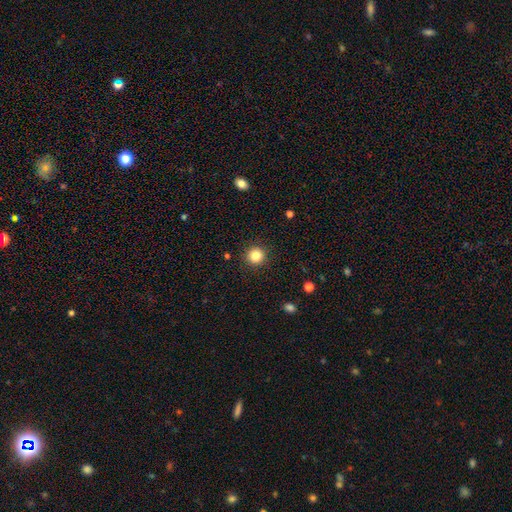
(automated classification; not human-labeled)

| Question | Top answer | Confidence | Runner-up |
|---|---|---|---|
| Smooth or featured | smooth | 84% | star or artifact (11%) |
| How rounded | round | 94% | in between (5%) |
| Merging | none | 91% | minor disturbance (6%) |